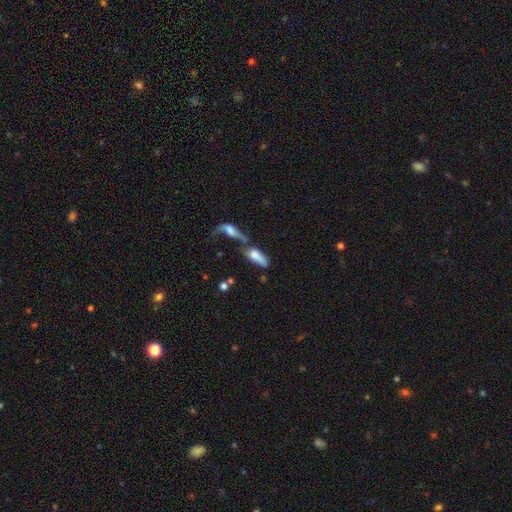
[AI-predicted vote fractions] A smooth galaxy with no disk features (61%) that is in between round and cigar-shaped (66%). Merging: merger (62%).